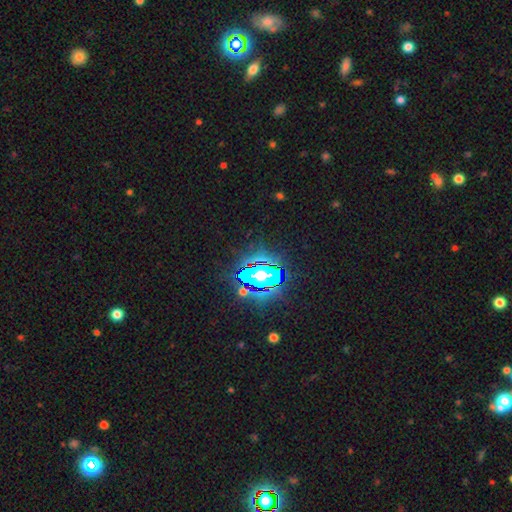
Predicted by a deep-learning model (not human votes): Overall: star or artifact (83%).